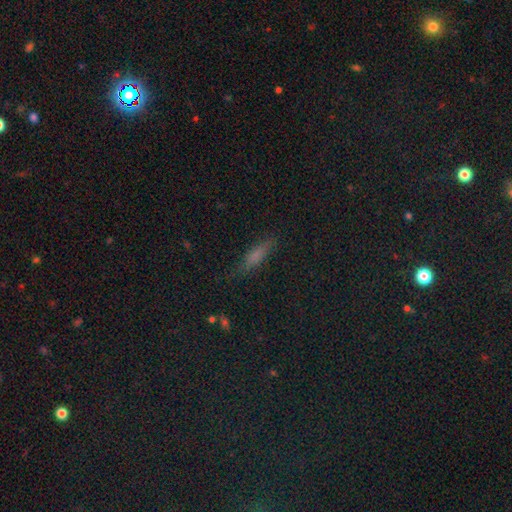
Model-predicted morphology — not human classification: smooth_or_featured: smooth (p=0.63) [alt: featured or disk p=0.22]
how_rounded: cigar-shaped (p=0.68) [alt: in between p=0.29]
merging: none (p=0.74) [alt: minor disturbance p=0.19]